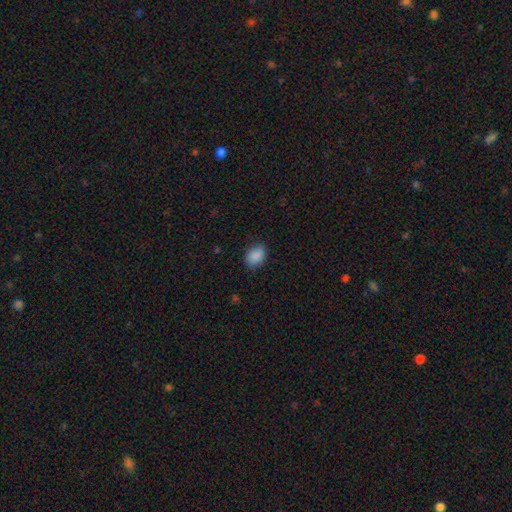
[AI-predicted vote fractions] Smooth or featured: smooth — 89% (star or artifact — 8%)
How rounded: in between — 78% (round — 21%)
Merging: none — 82% (minor disturbance — 14%)